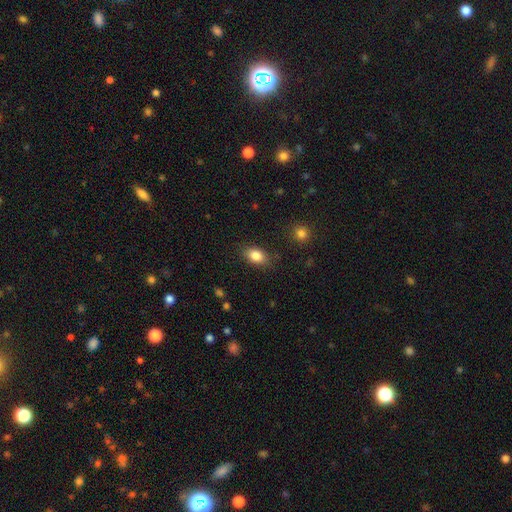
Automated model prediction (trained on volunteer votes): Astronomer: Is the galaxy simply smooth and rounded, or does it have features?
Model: smooth — 85%.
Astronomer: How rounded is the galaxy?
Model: in between — 86%.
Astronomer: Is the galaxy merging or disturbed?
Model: none — 84%.